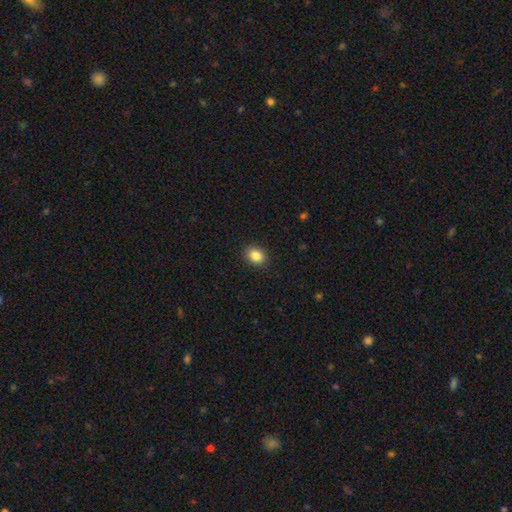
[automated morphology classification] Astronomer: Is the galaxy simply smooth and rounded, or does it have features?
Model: smooth — 86%.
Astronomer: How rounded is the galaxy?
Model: in between — 59% (runner-up: round, 40%).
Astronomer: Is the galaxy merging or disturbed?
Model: none — 90%.